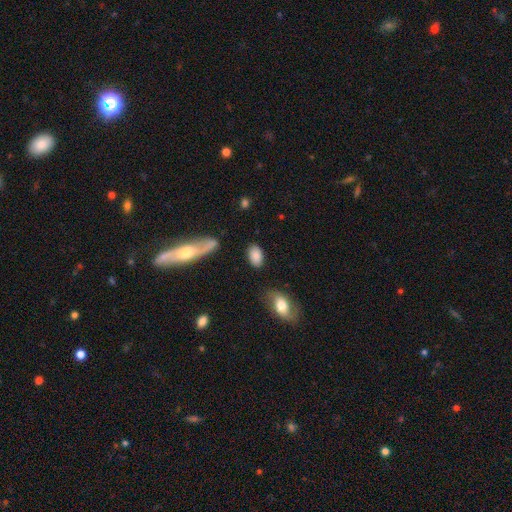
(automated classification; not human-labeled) smooth_or_featured: smooth (p=0.85) [alt: featured or disk p=0.08]
how_rounded: in between (p=0.92) [alt: round p=0.06]
merging: none (p=0.81) [alt: minor disturbance p=0.11]